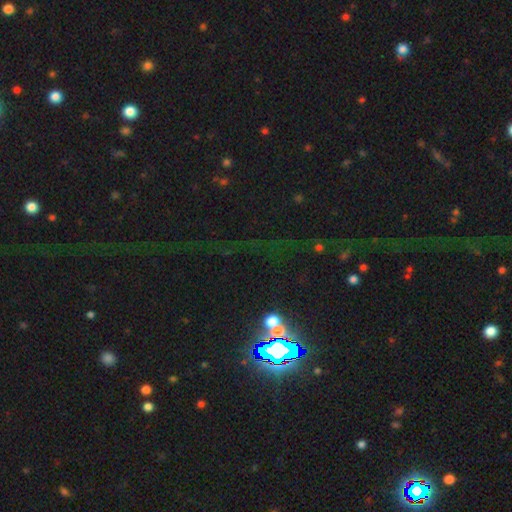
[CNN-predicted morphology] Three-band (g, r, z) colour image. It shows a star or artifact, not a galaxy (82%).